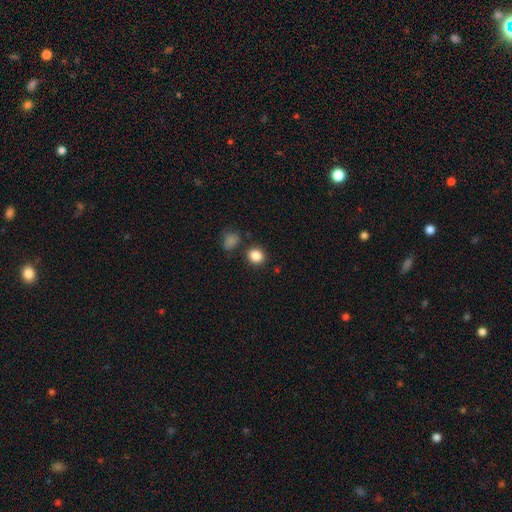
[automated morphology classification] Smooth or featured? smooth (86%)
How rounded? round (72%)
Merging? none (83%)